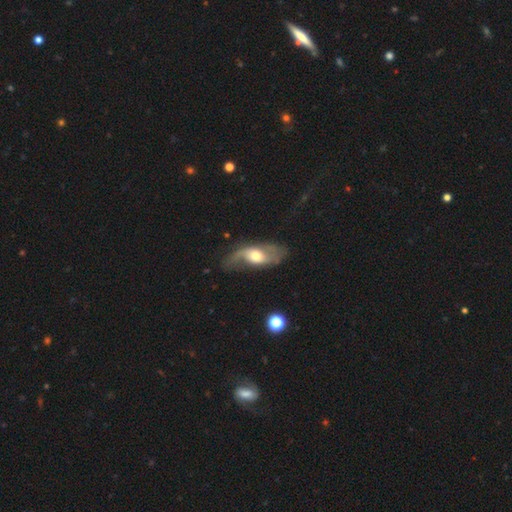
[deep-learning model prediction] Overall: featured or disk (70%). Edge-on disk: no (90%). Bar: no (61%; weak 29%). Spiral arms: yes (84%). Spiral arm count: 2 (76%). Spiral winding: loose (68%). Bulge size: moderate (65%). Merging: none (48%; minor disturbance 26%).